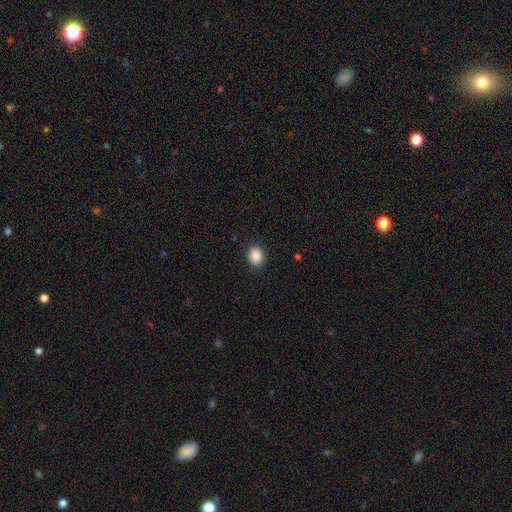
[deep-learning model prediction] This appears to be a smooth galaxy with no disk features (89%) that is in between round and cigar-shaped (54%). Merging: none (89%).